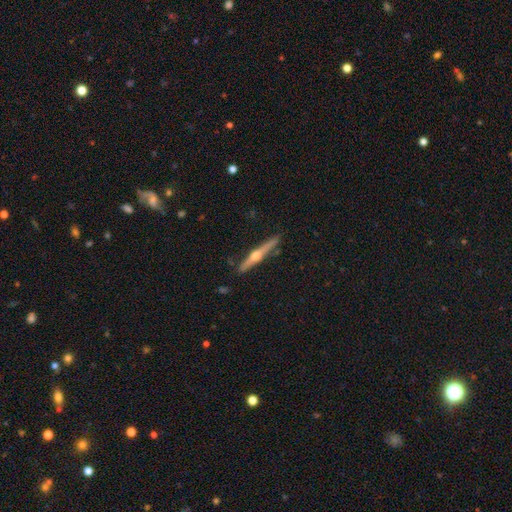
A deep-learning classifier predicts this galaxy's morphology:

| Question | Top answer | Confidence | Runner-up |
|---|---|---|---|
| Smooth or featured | featured or disk | 79% | smooth (16%) |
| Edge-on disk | yes | 98% | no (2%) |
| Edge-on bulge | rounded | 94% | none (4%) |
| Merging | none | 89% | minor disturbance (8%) |